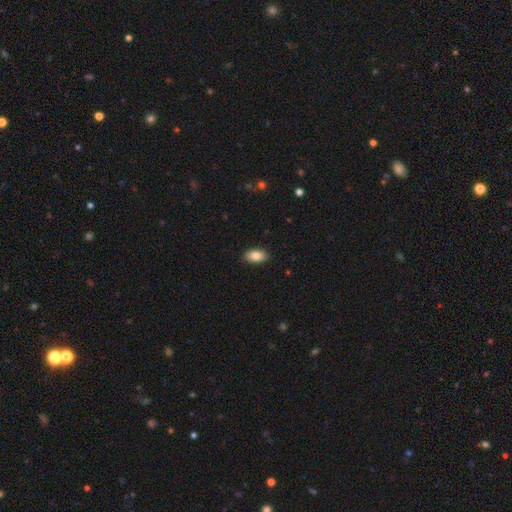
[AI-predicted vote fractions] The model was most divided on "smooth or featured": smooth: 86%, featured or disk: 7%, star or artifact: 7%. More confident: how rounded — in between (93%); merging — none (90%).